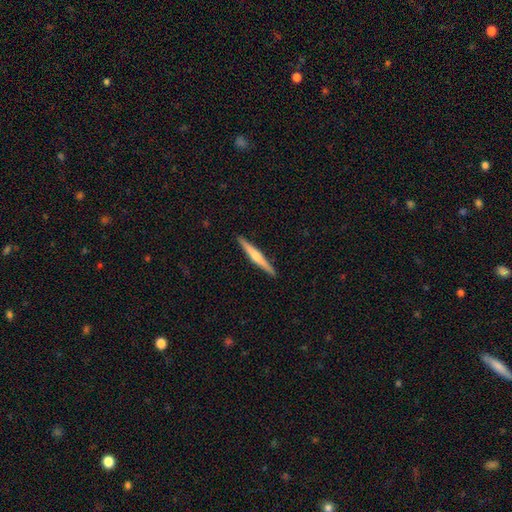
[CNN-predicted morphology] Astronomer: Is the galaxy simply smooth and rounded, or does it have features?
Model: featured or disk — 62%.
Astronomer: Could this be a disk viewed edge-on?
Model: yes — 98%.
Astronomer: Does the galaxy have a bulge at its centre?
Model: rounded — 76%.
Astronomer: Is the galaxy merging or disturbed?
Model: none — 92%.